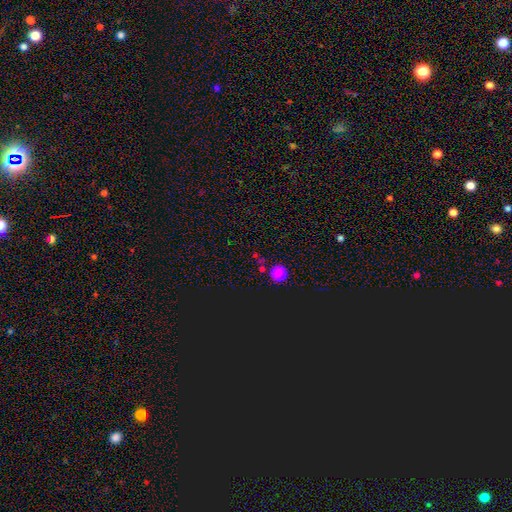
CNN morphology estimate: type=smooth (54%); roundness=round (90%); merging=none (78%).